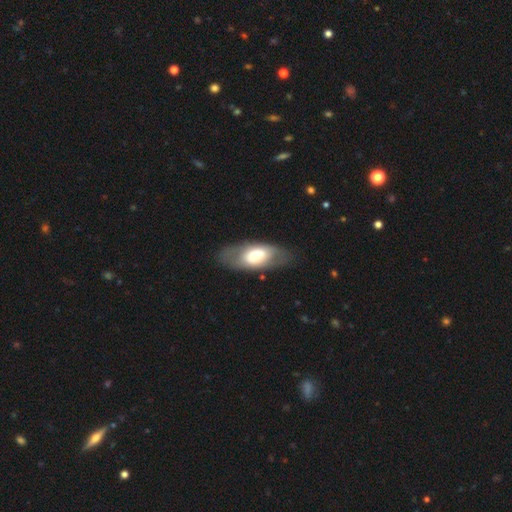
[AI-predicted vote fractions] The model was most divided on "smooth or featured": smooth: 55%, featured or disk: 39%, star or artifact: 6%. More confident: how rounded — in between (86%); merging — none (77%).